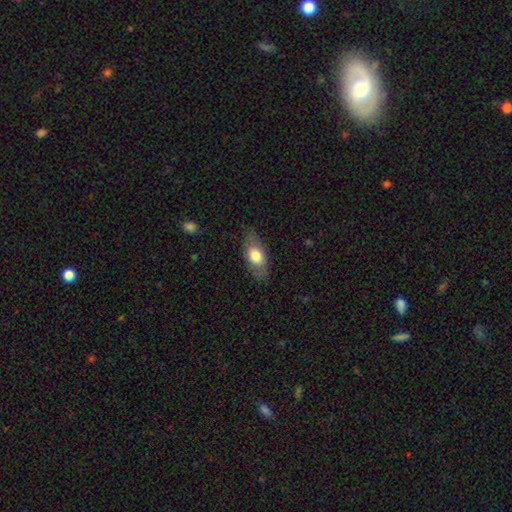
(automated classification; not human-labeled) smooth-or-featured: smooth: 67% | featured or disk: 27% | star or artifact: 6%
  how-rounded: in between: 87% | cigar-shaped: 8% | round: 6%
  merging: none: 77% | minor disturbance: 16% | major disturbance: 5% | merger: 1%